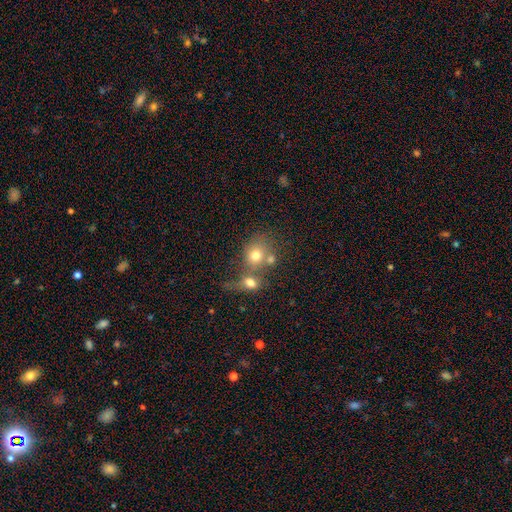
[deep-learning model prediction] Overall: smooth (71%). How rounded: round (68%; in between 31%). Merging: merger (51%; none 32%).